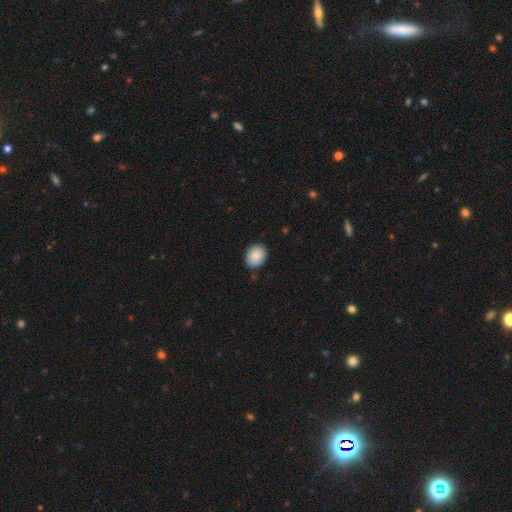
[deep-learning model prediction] This appears to be a smooth galaxy with no disk features (89%) that is in between round and cigar-shaped (57%). Merging: none (85%).